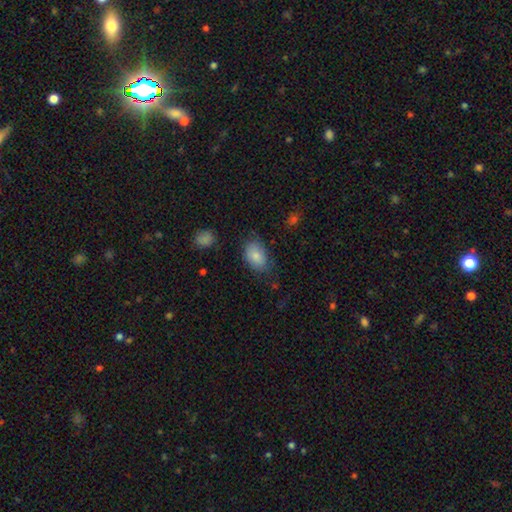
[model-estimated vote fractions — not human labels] Q: Smooth or featured?
A: smooth (83%); runner-up: featured or disk (10%)
Q: How rounded?
A: in between (86%); runner-up: round (13%)
Q: Merging?
A: none (69%); runner-up: minor disturbance (23%)